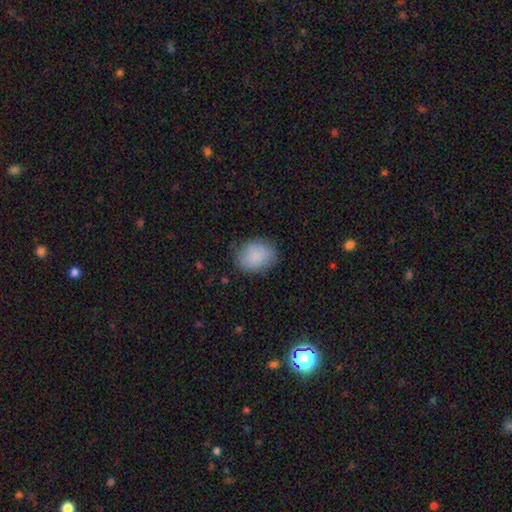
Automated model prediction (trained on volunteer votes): This appears to be a smooth galaxy with no disk features (86%) that is in between round and cigar-shaped (62%). Merging: none (79%).